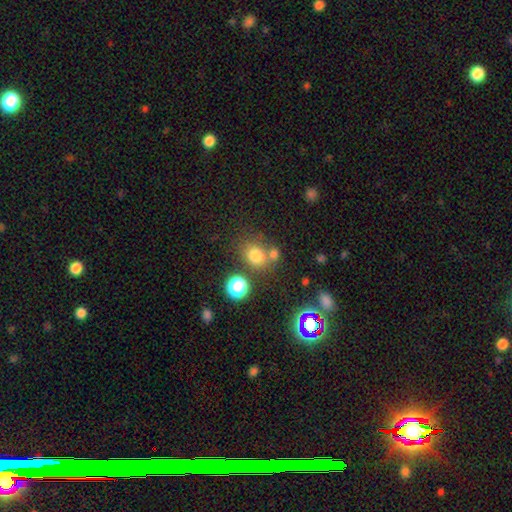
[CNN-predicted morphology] The model was most divided on "how rounded": round: 64%, in between: 35%, cigar-shaped: 1%. More confident: smooth or featured — smooth (73%); merging — none (60%).